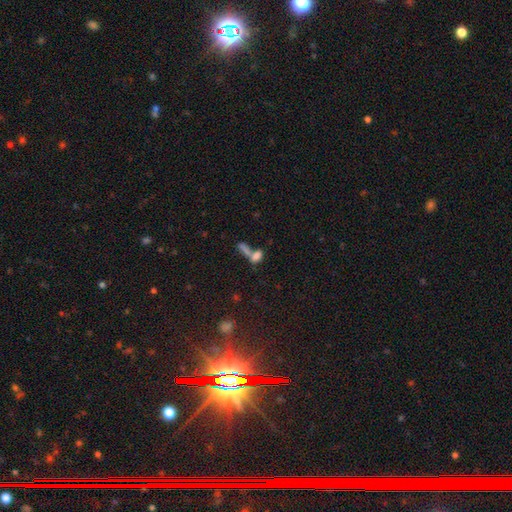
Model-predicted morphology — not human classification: smooth 73%, featured or disk 15%, star or artifact 13%. Down the decision tree: how rounded — in between (77%); merging — merger (61%).